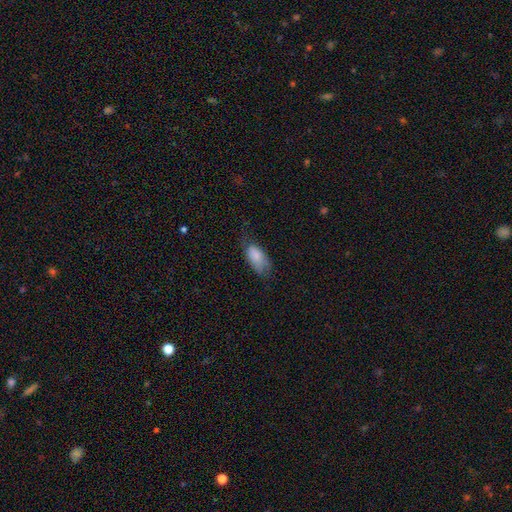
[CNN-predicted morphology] This is clearly a smooth galaxy (80%). How rounded: clearly in between (92%). Merging: possibly none (48%).